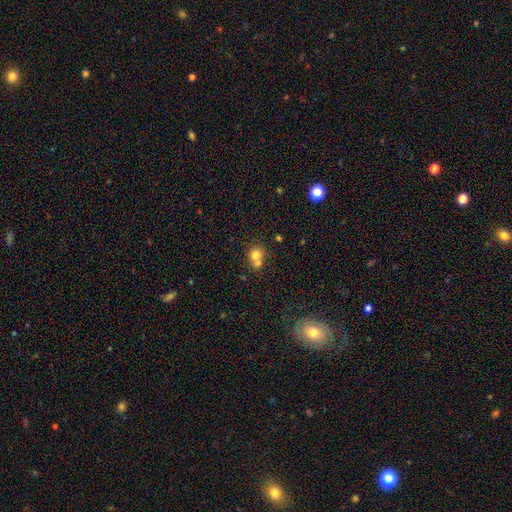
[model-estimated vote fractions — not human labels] Smooth or featured?
  - smooth: 75% *
  - featured or disk: 13%
  - star or artifact: 12%
How rounded?
  - round: 76% *
  - in between: 23%
  - cigar-shaped: 1%
Merging?
  - merger: 53% *
  - none: 36%
  - minor disturbance: 8%
  - major disturbance: 3%